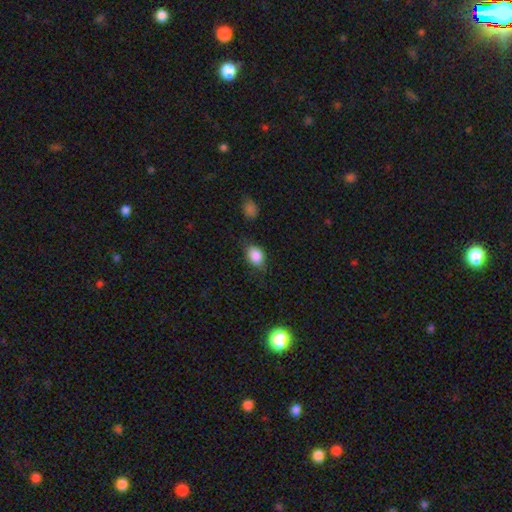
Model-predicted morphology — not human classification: Smooth or featured: smooth — 85% (star or artifact — 9%)
How rounded: in between — 68% (round — 30%)
Merging: none — 70% (minor disturbance — 21%)